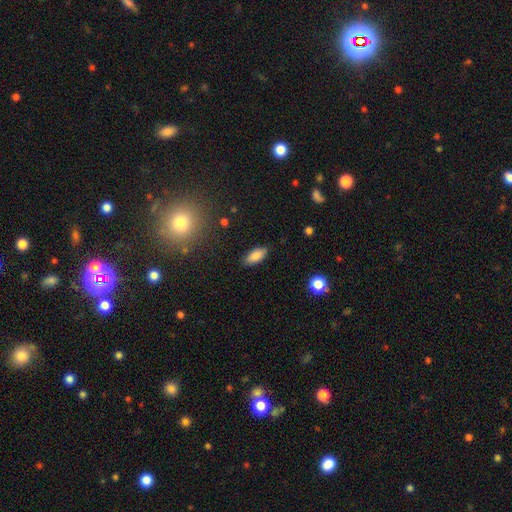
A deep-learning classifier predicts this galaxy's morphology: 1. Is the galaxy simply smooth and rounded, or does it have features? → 85% smooth, 8% star or artifact, 7% featured or disk.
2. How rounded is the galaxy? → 85% in between, 13% cigar-shaped, 2% round.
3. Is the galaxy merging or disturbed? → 87% none, 10% minor disturbance, 2% major disturbance, 1% merger.